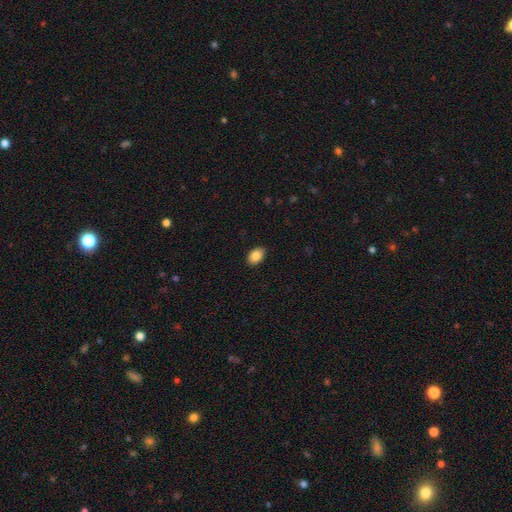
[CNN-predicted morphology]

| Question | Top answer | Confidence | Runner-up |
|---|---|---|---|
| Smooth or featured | smooth | 86% | star or artifact (8%) |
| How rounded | in between | 87% | round (11%) |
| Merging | none | 89% | minor disturbance (8%) |